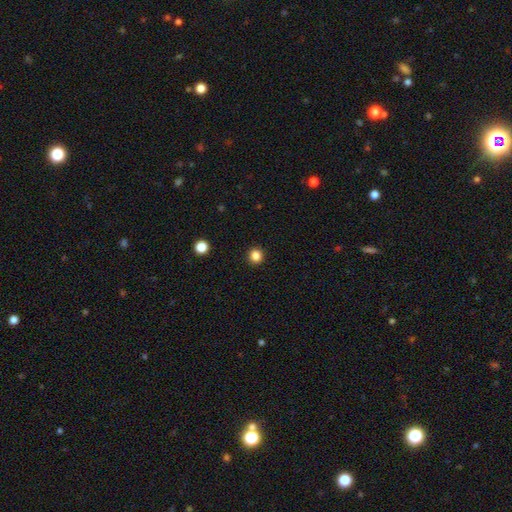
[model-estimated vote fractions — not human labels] Smooth or featured: smooth — 84% (star or artifact — 12%)
How rounded: round — 94% (in between — 5%)
Merging: none — 93% (minor disturbance — 4%)